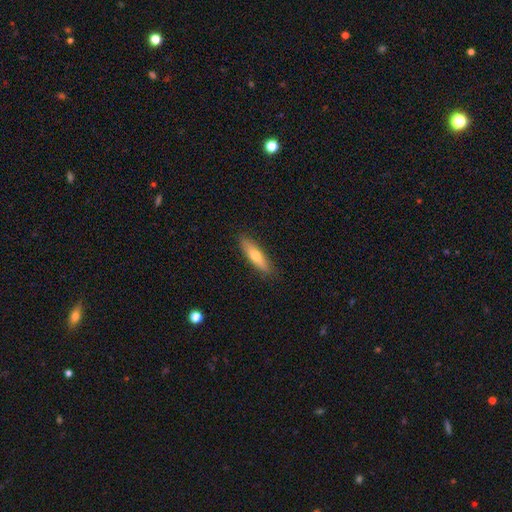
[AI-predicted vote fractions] smooth-or-featured: smooth: 62% | featured or disk: 32% | star or artifact: 6%
  how-rounded: cigar-shaped: 76% | in between: 22% | round: 2%
  merging: none: 89% | minor disturbance: 8% | major disturbance: 2% | merger: 1%